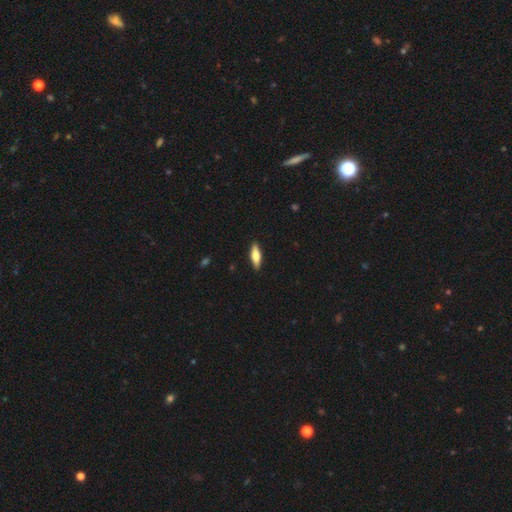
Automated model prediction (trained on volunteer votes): smooth_or_featured: smooth (p=0.66) [alt: featured or disk p=0.28]
how_rounded: in between (p=0.51) [alt: cigar-shaped p=0.47]
merging: none (p=0.89) [alt: minor disturbance p=0.08]